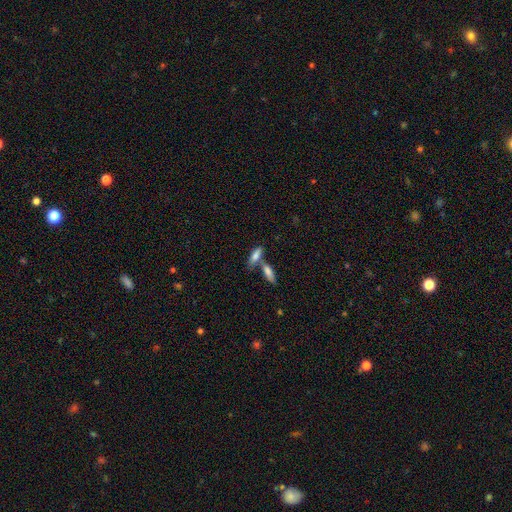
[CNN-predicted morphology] Overall: smooth (76%). How rounded: in between (59%; cigar-shaped 38%). Merging: merger (44%; none 42%).